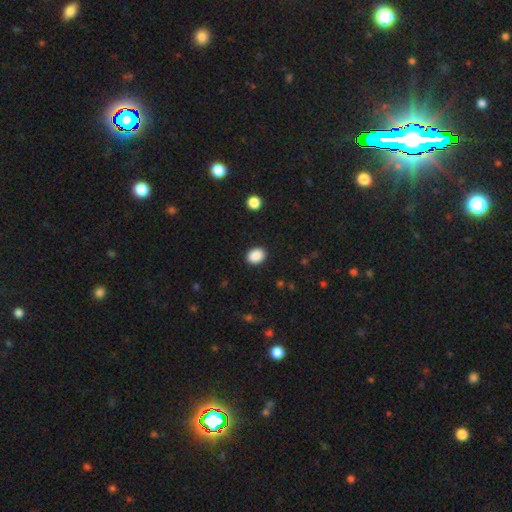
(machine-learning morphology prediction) type=smooth (89%); roundness=in between (60%); merging=none (90%).